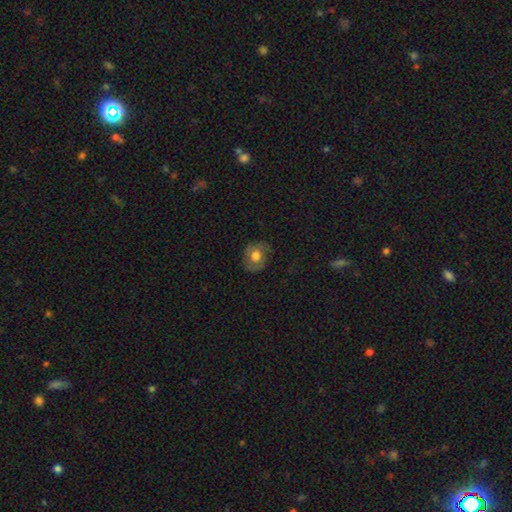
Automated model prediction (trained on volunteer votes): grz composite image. It shows a smooth galaxy with no disk features (65%) that is round (69%). Merging: none (70%).